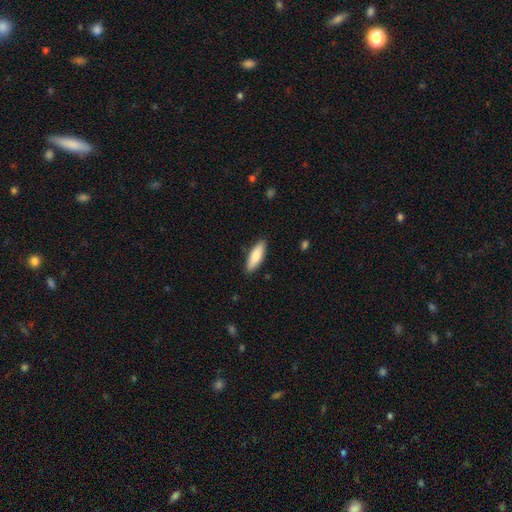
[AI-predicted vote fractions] The model was most divided on "how rounded": in between: 59%, cigar-shaped: 40%, round: 2%. More confident: merging — none (88%); smooth or featured — smooth (83%).